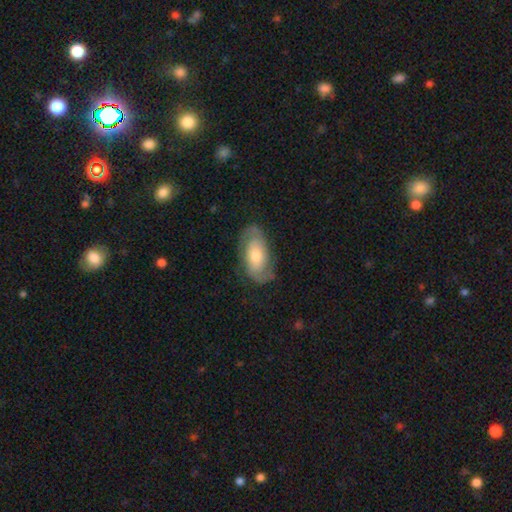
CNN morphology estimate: Smooth or featured?
  - featured or disk: 66% *
  - smooth: 28%
  - star or artifact: 6%
Edge-on disk?
  - no: 94% *
  - yes: 6%
Bar?
  - no: 65% *
  - weak: 25%
  - strong: 9%
Spiral arms?
  - yes: 86% *
  - no: 14%
Spiral winding?
  - medium: 41% *
  - tight: 36%
  - loose: 23%
Spiral arm count?
  - 2: 84% *
  - can't tell: 10%
  - 1: 3%
  - 3: 1%
  - 4: 1%
  - more than 4: 1%
Bulge size?
  - moderate: 58% *
  - small: 28%
  - large: 10%
  - none: 2%
  - dominant: 2%
Merging?
  - none: 75% *
  - minor disturbance: 17%
  - major disturbance: 7%
  - merger: 1%